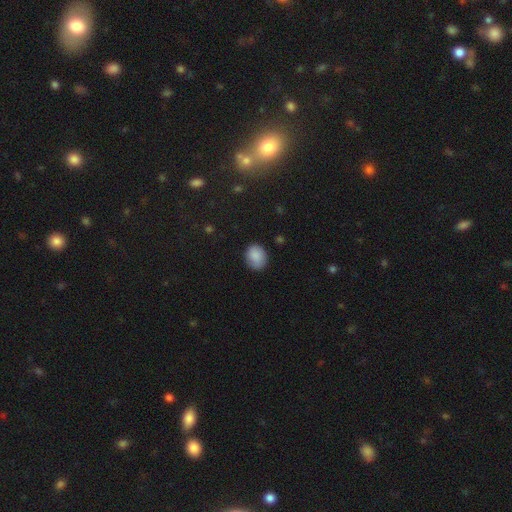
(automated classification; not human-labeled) Overall: smooth (87%). How rounded: round (62%; in between 37%). Merging: none (80%).